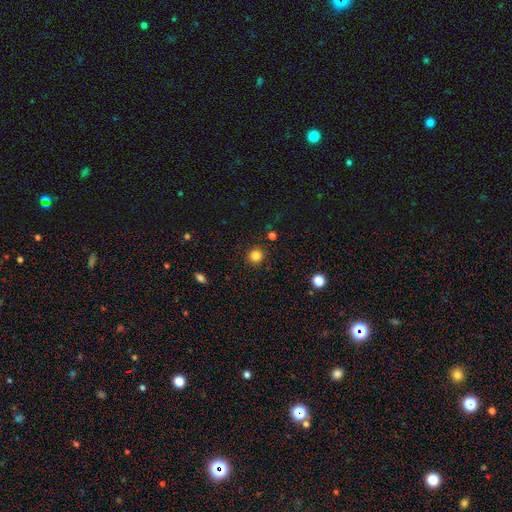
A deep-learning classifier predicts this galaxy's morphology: The model was most divided on "smooth or featured": smooth: 83%, star or artifact: 12%, featured or disk: 5%. More confident: how rounded — round (93%); merging — none (91%).